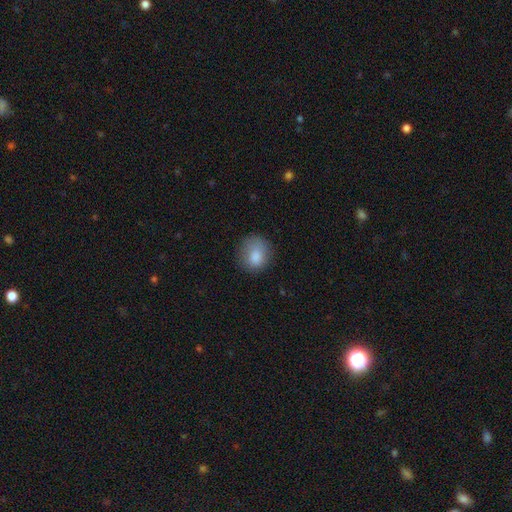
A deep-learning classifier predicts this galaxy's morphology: Smooth or featured?
  - smooth: 83% *
  - featured or disk: 8%
  - star or artifact: 8%
How rounded?
  - round: 74% *
  - in between: 25%
  - cigar-shaped: 1%
Merging?
  - none: 71% *
  - minor disturbance: 20%
  - major disturbance: 8%
  - merger: 1%